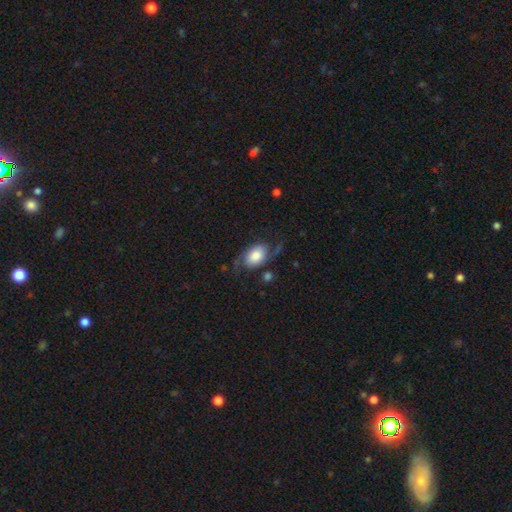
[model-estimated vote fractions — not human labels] Smooth or featured? smooth (48%)
Merging? none (56%)